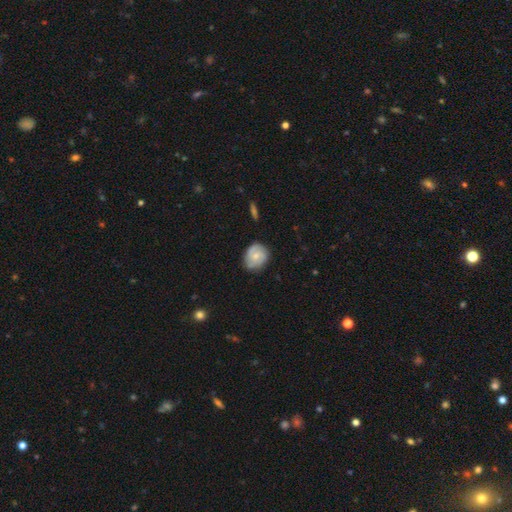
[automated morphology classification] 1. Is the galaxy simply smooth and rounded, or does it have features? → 60% featured or disk, 33% smooth, 7% star or artifact.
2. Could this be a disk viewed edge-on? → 97% no, 3% yes.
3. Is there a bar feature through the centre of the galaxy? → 69% no, 27% weak, 4% strong.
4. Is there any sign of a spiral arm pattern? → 89% yes, 11% no.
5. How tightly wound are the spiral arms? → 52% tight, 37% medium, 11% loose.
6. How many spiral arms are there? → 53% 2, 20% can't tell, 18% 3, 4% 1, 3% 4, 2% more than 4.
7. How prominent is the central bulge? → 55% small, 39% moderate, 3% none, 1% large, 1% dominant.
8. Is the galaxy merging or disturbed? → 74% none, 20% minor disturbance, 4% major disturbance, 1% merger.